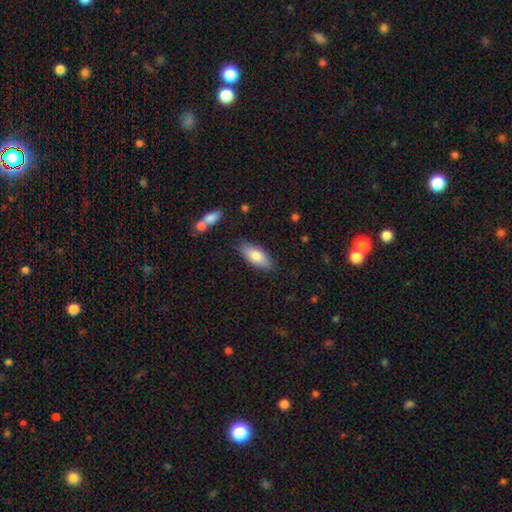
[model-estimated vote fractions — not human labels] A smooth galaxy with no disk features (80%) that is in between round and cigar-shaped (82%). Merging: none (83%).